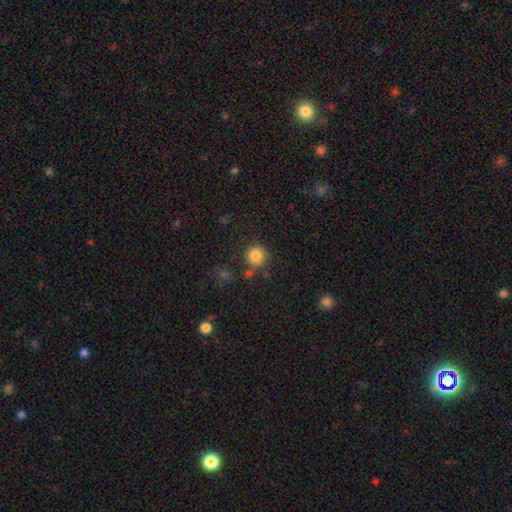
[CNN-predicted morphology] smooth_or_featured: smooth (p=0.84) [alt: star or artifact p=0.11]
how_rounded: round (p=0.92) [alt: in between p=0.07]
merging: none (p=0.81) [alt: minor disturbance p=0.10]